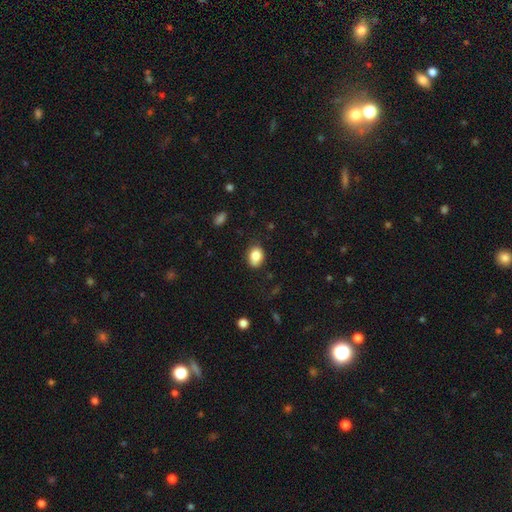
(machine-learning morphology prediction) Smooth or featured? smooth (85%)
How rounded? in between (71%)
Merging? none (79%)